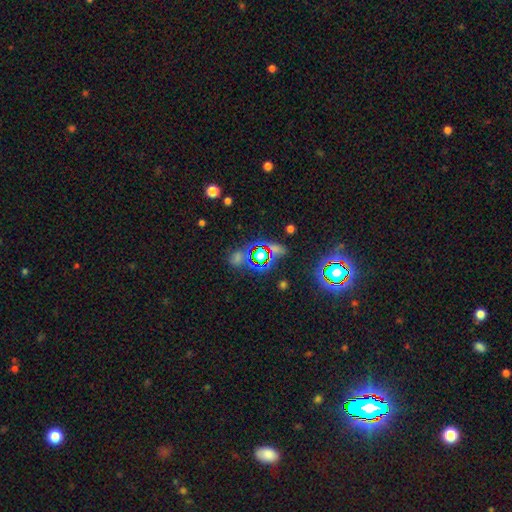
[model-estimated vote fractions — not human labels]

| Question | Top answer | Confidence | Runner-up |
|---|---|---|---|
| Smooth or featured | star or artifact | 67% | smooth (22%) |